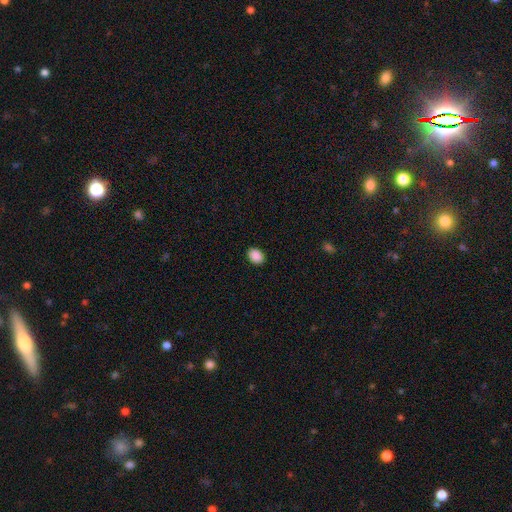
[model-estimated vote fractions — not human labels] Q: Smooth or featured?
A: smooth (90%); runner-up: star or artifact (8%)
Q: How rounded?
A: in between (70%); runner-up: round (29%)
Q: Merging?
A: none (90%); runner-up: minor disturbance (7%)